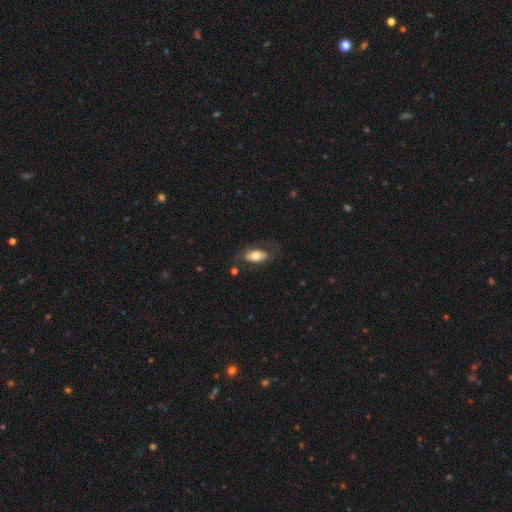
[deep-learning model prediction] A smooth galaxy with no disk features (63%) that is in between round and cigar-shaped (89%). Merging: none (67%).